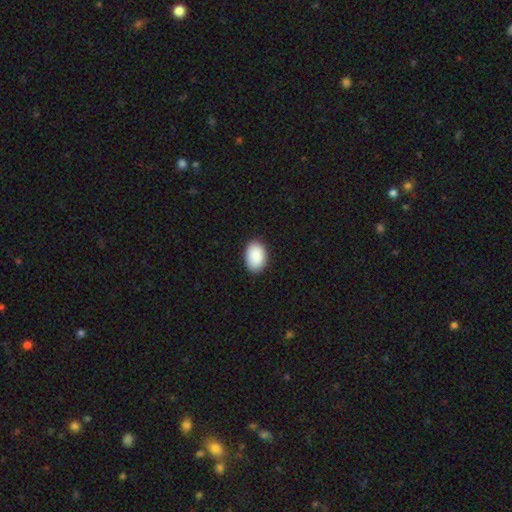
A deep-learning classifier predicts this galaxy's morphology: This appears to be a smooth galaxy with no disk features (91%) that is in between round and cigar-shaped (89%). Merging: none (89%).